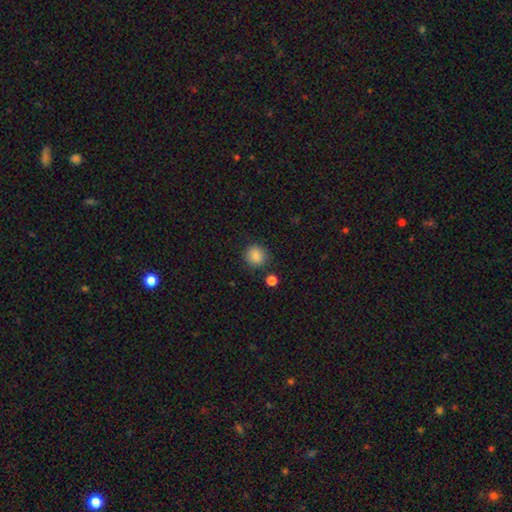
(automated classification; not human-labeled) Smooth or featured?
  - smooth: 85% *
  - star or artifact: 10%
  - featured or disk: 5%
How rounded?
  - round: 88% *
  - in between: 11%
  - cigar-shaped: 1%
Merging?
  - none: 86% *
  - minor disturbance: 8%
  - merger: 3%
  - major disturbance: 3%